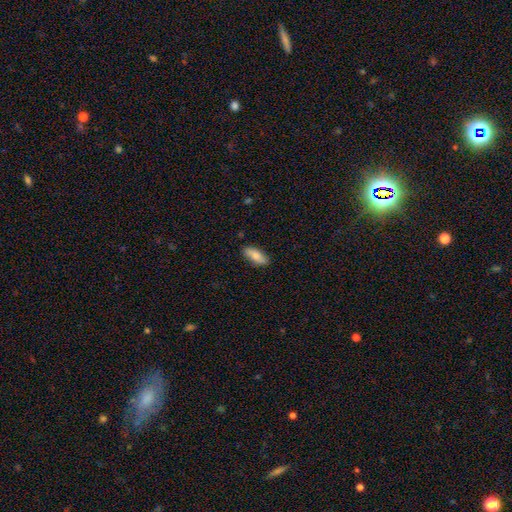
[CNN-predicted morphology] Smooth or featured: smooth — 79% (featured or disk — 15%)
How rounded: in between — 75% (cigar-shaped — 22%)
Merging: none — 87% (minor disturbance — 10%)